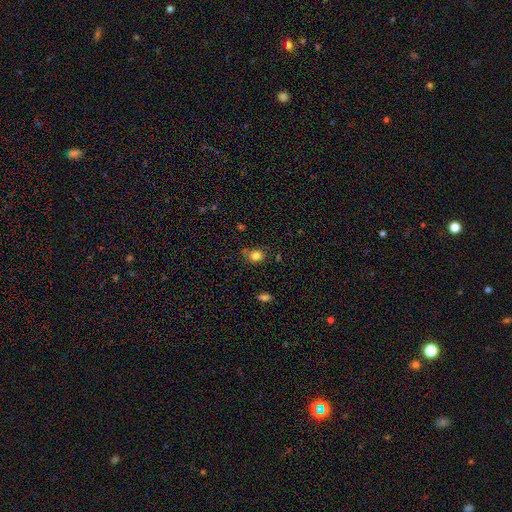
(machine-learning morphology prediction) Smooth or featured?
  - smooth: 82% *
  - star or artifact: 12%
  - featured or disk: 6%
How rounded?
  - round: 69% *
  - in between: 30%
  - cigar-shaped: 1%
Merging?
  - none: 72% *
  - minor disturbance: 17%
  - merger: 7%
  - major disturbance: 4%